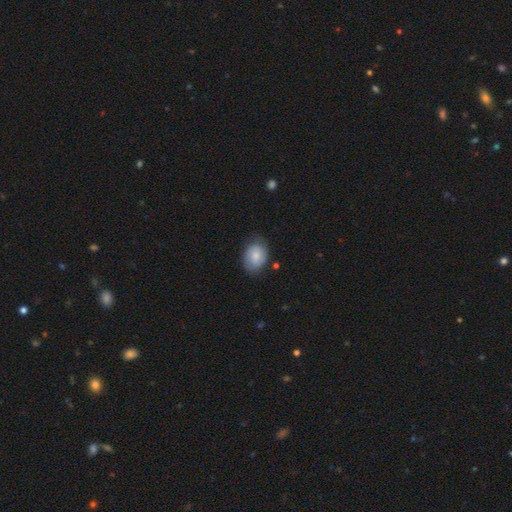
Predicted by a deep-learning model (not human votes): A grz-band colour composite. It shows a smooth galaxy with no disk features (70%) that is in between round and cigar-shaped (65%). Merging: none (71%).